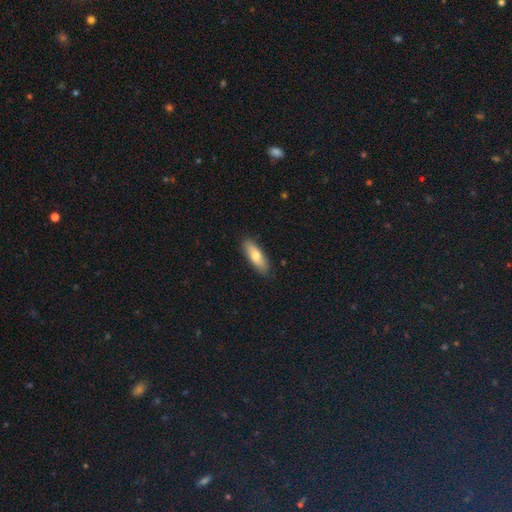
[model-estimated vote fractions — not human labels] Smooth or featured? smooth (74%)
How rounded? in between (59%)
Merging? none (86%)